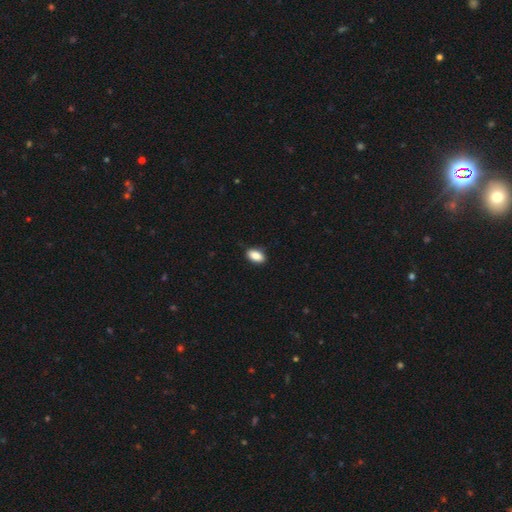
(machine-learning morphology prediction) smooth 88%, star or artifact 7%, featured or disk 5%. Down the decision tree: how rounded — in between (92%); merging — none (88%).